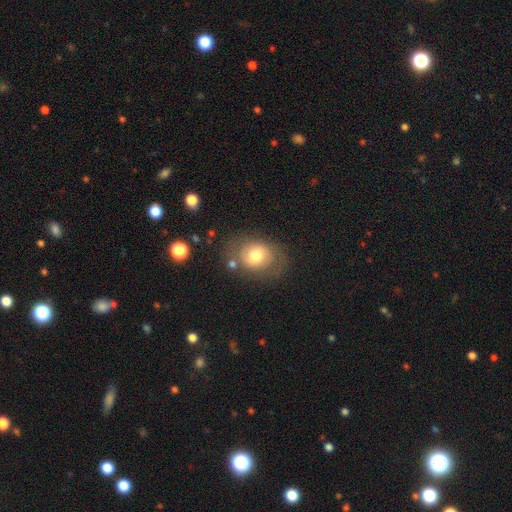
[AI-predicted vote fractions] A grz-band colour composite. It shows a smooth galaxy with no disk features (57%) that is in between round and cigar-shaped (56%). Merging: none (66%).